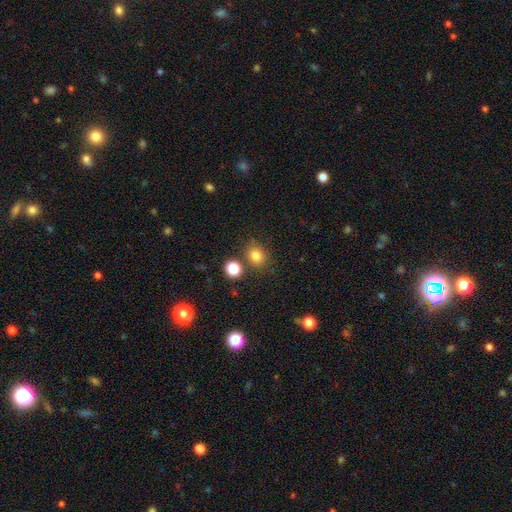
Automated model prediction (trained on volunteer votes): smooth_or_featured: smooth (p=0.81) [alt: star or artifact p=0.13]
how_rounded: round (p=0.63) [alt: in between p=0.36]
merging: none (p=0.75) [alt: minor disturbance p=0.12]